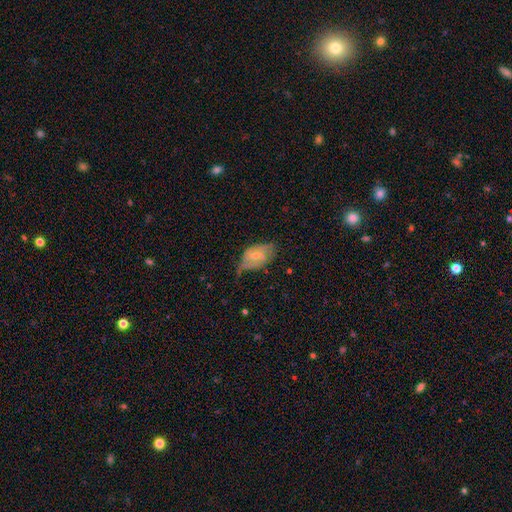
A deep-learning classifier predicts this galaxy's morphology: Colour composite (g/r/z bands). It shows a featured or disk galaxy (49%). Merging: minor disturbance (41%).